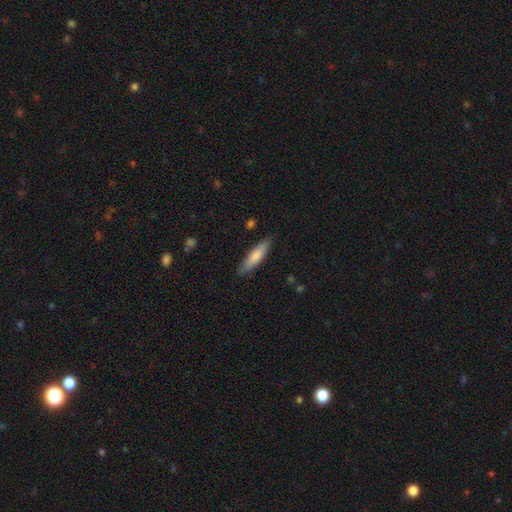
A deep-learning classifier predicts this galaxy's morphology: smooth-or-featured: smooth: 75% | featured or disk: 19% | star or artifact: 5%
  how-rounded: cigar-shaped: 74% | in between: 25% | round: 1%
  merging: none: 85% | minor disturbance: 11% | major disturbance: 2% | merger: 1%